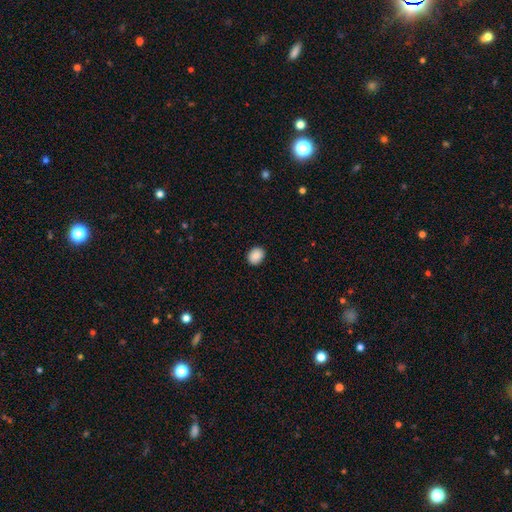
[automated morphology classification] Smooth or featured? Predicted: smooth (p=0.88). How rounded? Predicted: round (p=0.51). Merging? Predicted: none (p=0.90).